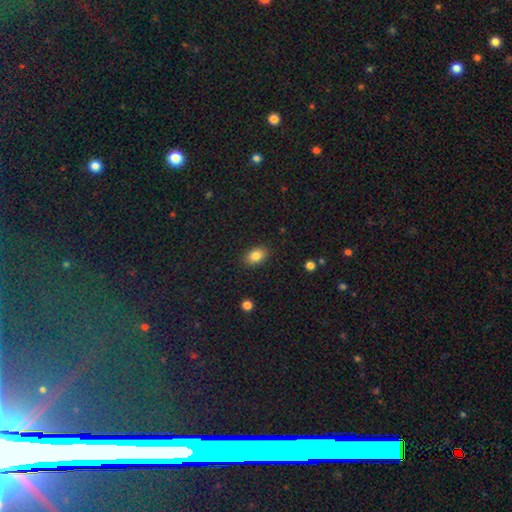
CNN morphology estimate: smooth_or_featured: smooth (p=0.85) [alt: star or artifact p=0.09]
how_rounded: in between (p=0.86) [alt: round p=0.13]
merging: none (p=0.88) [alt: minor disturbance p=0.09]